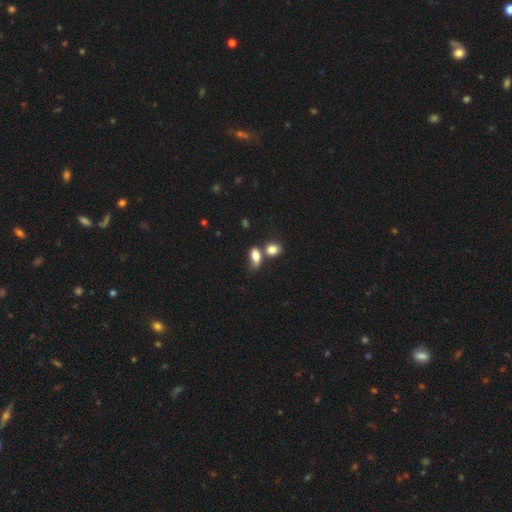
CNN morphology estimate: The model was most divided on "merging": merger: 40%, none: 31%, minor disturbance: 18%, major disturbance: 11%. More confident: how rounded — in between (80%); smooth or featured — smooth (79%).